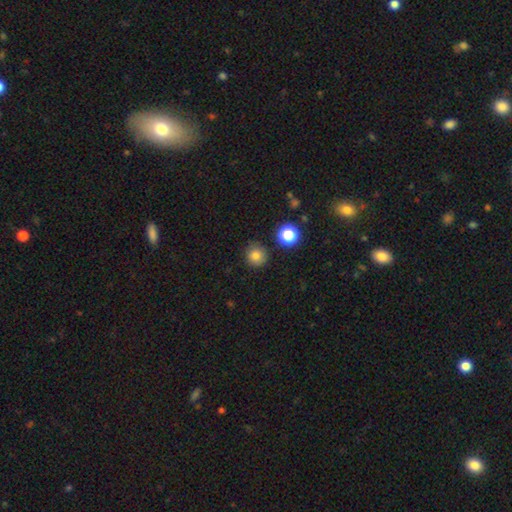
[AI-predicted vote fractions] This appears to be a smooth galaxy with no disk features (80%) that is round (93%). Merging: none (86%).